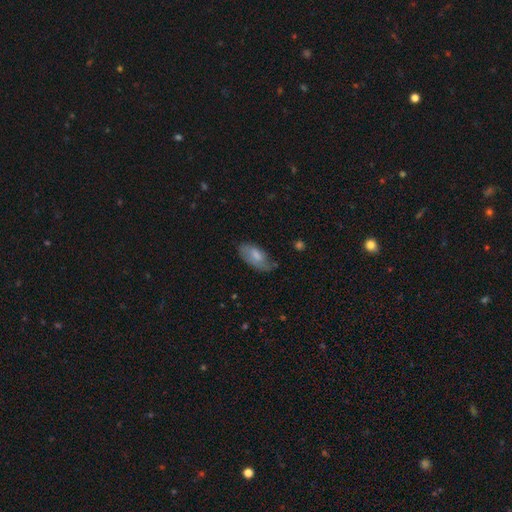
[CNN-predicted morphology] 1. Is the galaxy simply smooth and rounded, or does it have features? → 70% smooth, 23% featured or disk, 7% star or artifact.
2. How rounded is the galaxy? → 90% in between, 7% cigar-shaped, 3% round.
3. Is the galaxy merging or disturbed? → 54% none, 33% minor disturbance, 11% major disturbance, 2% merger.